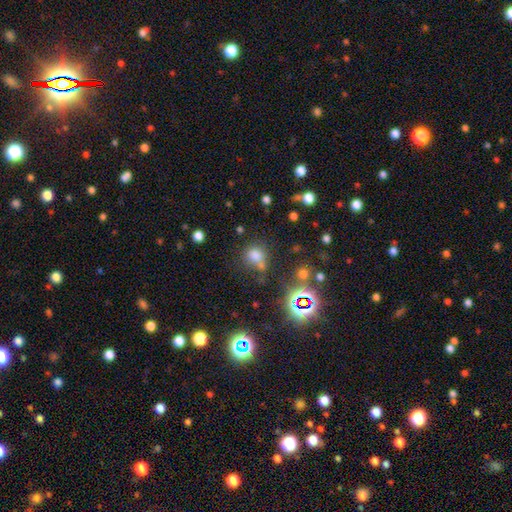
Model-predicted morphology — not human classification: Smooth or featured? Predicted: smooth (p=0.66). How rounded? Predicted: round (p=0.79). Merging? Predicted: none (p=0.57).